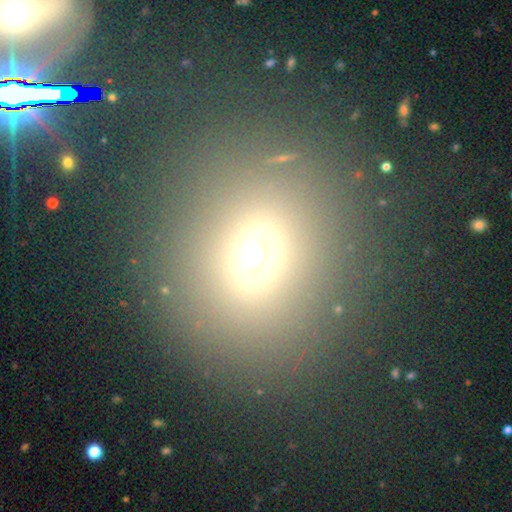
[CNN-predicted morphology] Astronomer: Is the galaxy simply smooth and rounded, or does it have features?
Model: smooth — 66%.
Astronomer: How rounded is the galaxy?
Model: round — 70%.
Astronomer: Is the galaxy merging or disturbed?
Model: none — 81%.